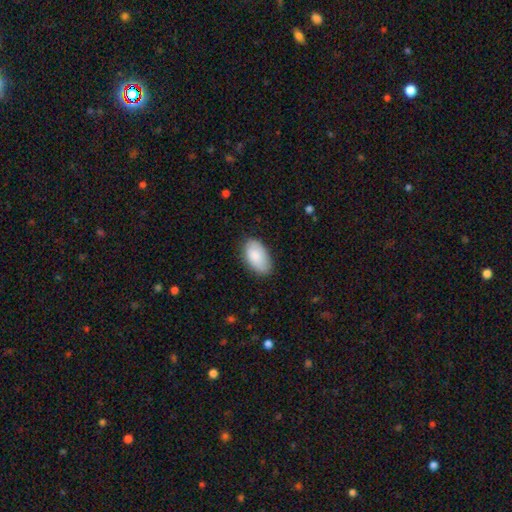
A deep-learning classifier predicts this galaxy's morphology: Smooth or featured? Predicted: smooth (p=0.84). How rounded? Predicted: in between (p=0.95). Merging? Predicted: none (p=0.79).